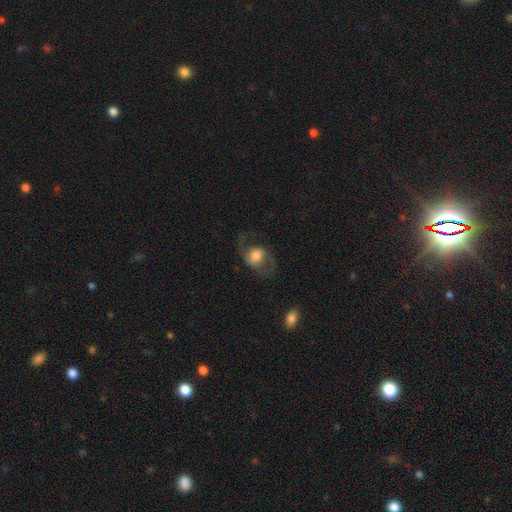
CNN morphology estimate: Smooth or featured? Predicted: featured or disk (p=0.55). Edge-on disk? Predicted: no (p=0.96). Bar? Predicted: no (p=0.59). Spiral arms? Predicted: yes (p=0.80). Bulge size? Predicted: moderate (p=0.47). Merging? Predicted: none (p=0.55).